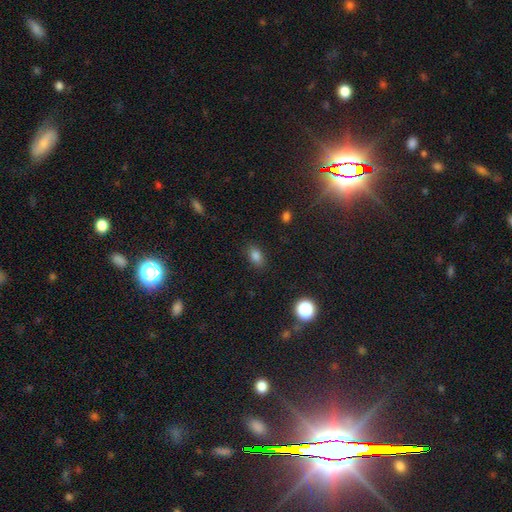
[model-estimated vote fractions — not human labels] Overall: smooth (82%). How rounded: in between (83%). Merging: none (84%).